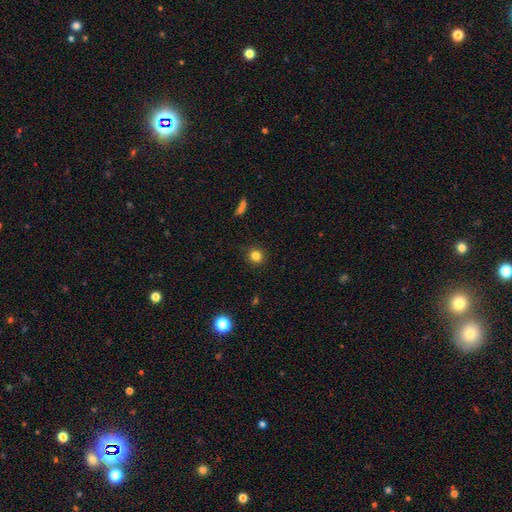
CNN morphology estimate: smooth-or-featured: smooth: 82% | star or artifact: 12% | featured or disk: 5%
  how-rounded: round: 92% | in between: 7% | cigar-shaped: 1%
  merging: none: 90% | minor disturbance: 7% | major disturbance: 2% | merger: 1%